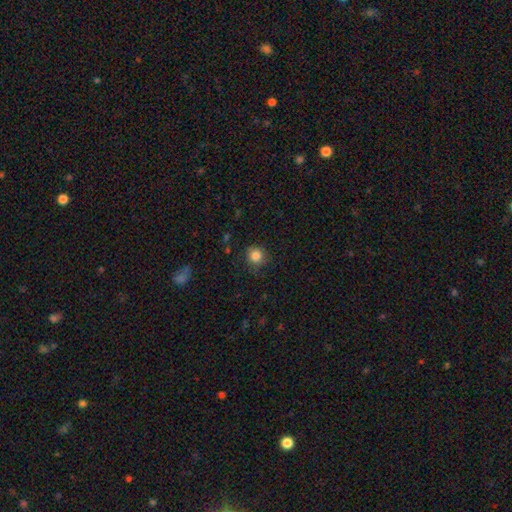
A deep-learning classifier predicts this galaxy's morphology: This is clearly a smooth galaxy (85%). How rounded: clearly round (92%). Merging: clearly none (83%).